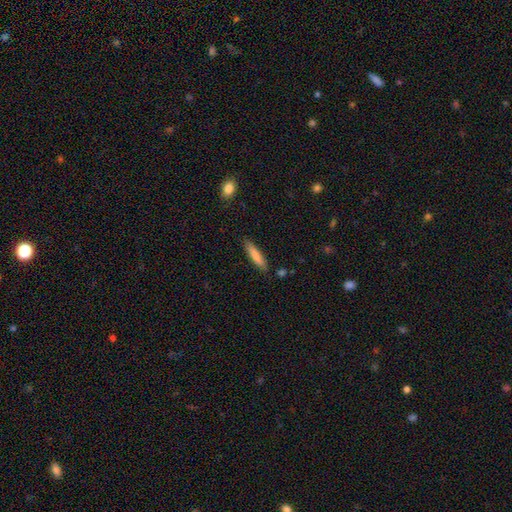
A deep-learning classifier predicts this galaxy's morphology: smooth 78%, featured or disk 16%, star or artifact 6%. Down the decision tree: how rounded — cigar-shaped (84%); merging — none (85%).